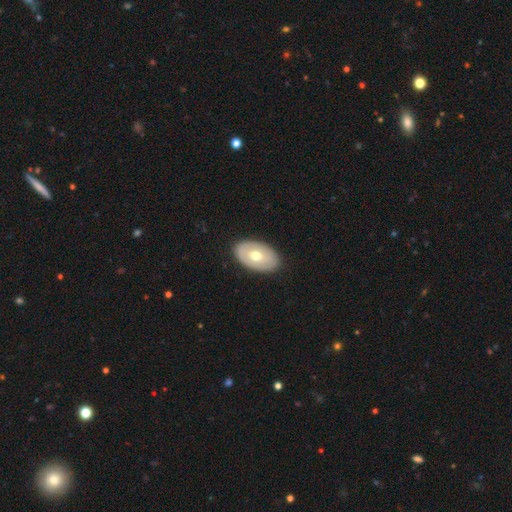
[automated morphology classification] This appears to be a smooth galaxy with no disk features (55%) that is in between round and cigar-shaped (91%). Merging: none (87%).